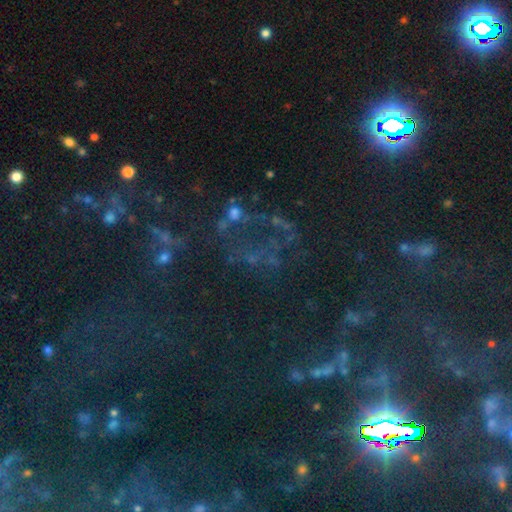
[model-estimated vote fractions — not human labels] This appears to be a star or artifact, not a galaxy (60%).